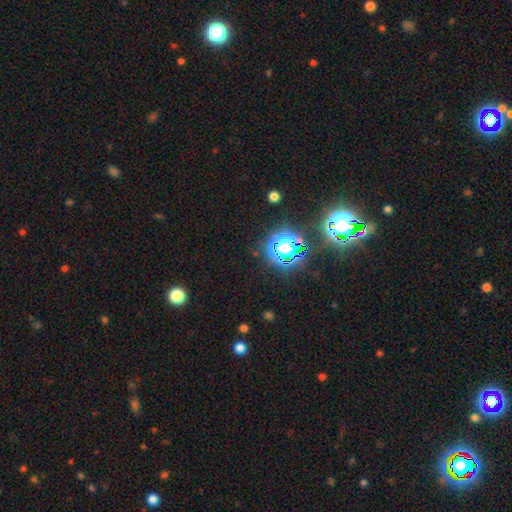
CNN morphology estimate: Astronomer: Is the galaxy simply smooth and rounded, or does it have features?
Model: star or artifact — 81%.